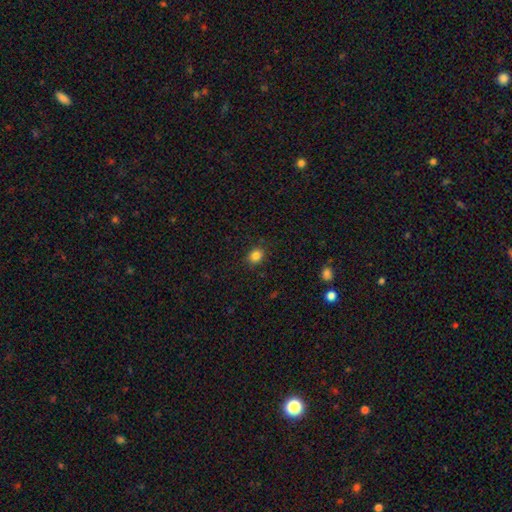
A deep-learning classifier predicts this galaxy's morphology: smooth 84%, star or artifact 11%, featured or disk 5%. Down the decision tree: how rounded — round (55%); merging — none (86%).